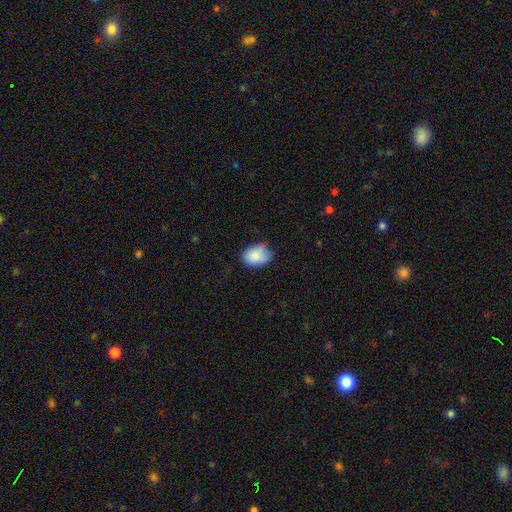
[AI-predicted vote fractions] A smooth galaxy with no disk features (84%) that is in between round and cigar-shaped (75%).

Vote fractions:
- Smooth or featured? smooth: 84% / featured or disk: 9% / star or artifact: 7%
- How rounded? in between: 75% / round: 24% / cigar-shaped: 1%
- Merging? none: 57% / minor disturbance: 34% / major disturbance: 7% / merger: 2%